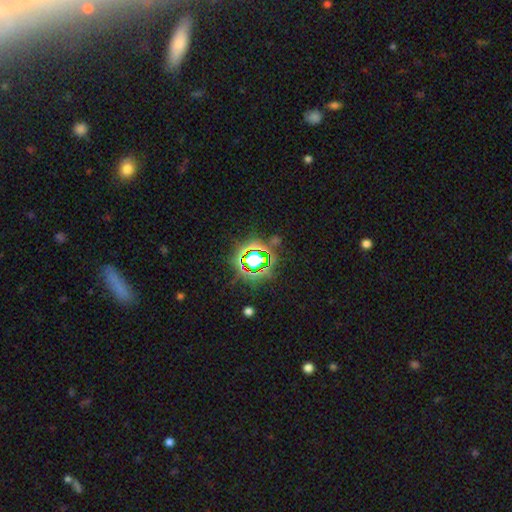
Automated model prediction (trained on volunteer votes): Smooth or featured? Predicted: star or artifact (p=0.74).